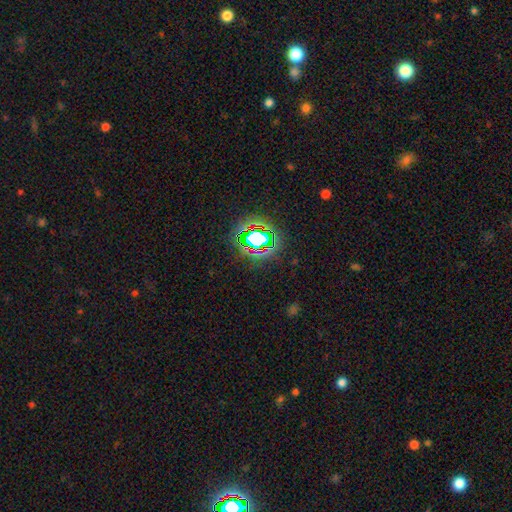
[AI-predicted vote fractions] Overall: star or artifact (76%).